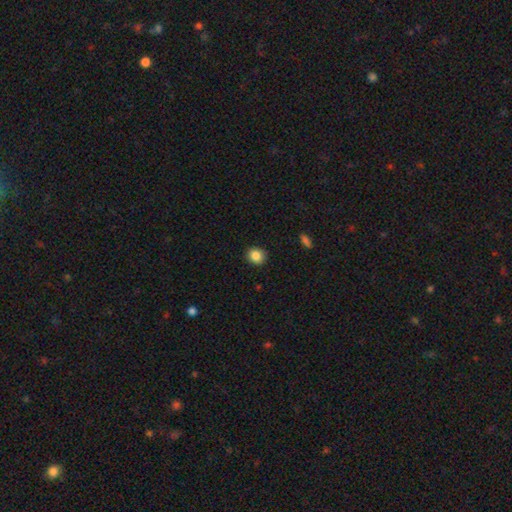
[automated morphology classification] A smooth galaxy with no disk features (86%) that is round (77%).

Vote fractions:
- Smooth or featured? smooth: 86% / star or artifact: 9% / featured or disk: 4%
- How rounded? round: 77% / in between: 22% / cigar-shaped: 1%
- Merging? none: 90% / minor disturbance: 7% / major disturbance: 2% / merger: 1%